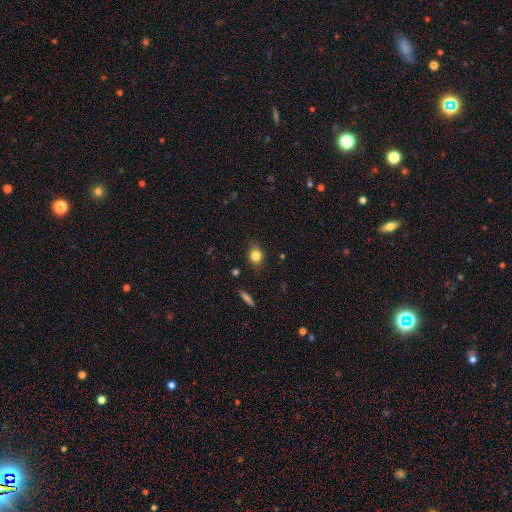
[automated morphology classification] This is clearly a smooth galaxy (81%). How rounded: possibly round (59%). Merging: likely none (79%).